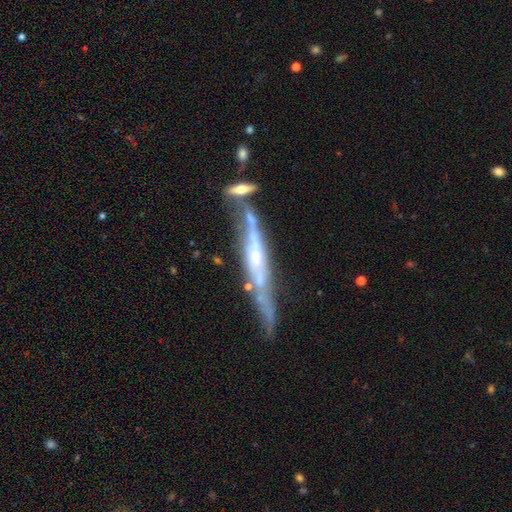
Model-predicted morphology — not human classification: A featured or disk galaxy (76%) viewed edge-on (83%) with a rounded central bulge (47%).

Vote fractions:
- Smooth or featured? featured or disk: 76% / smooth: 16% / star or artifact: 7%
- Edge-on disk? yes: 83% / no: 17%
- Edge-on bulge? rounded: 47% / none: 37% / boxy: 16%
- Merging? none: 48% / minor disturbance: 22% / merger: 20% / major disturbance: 10%